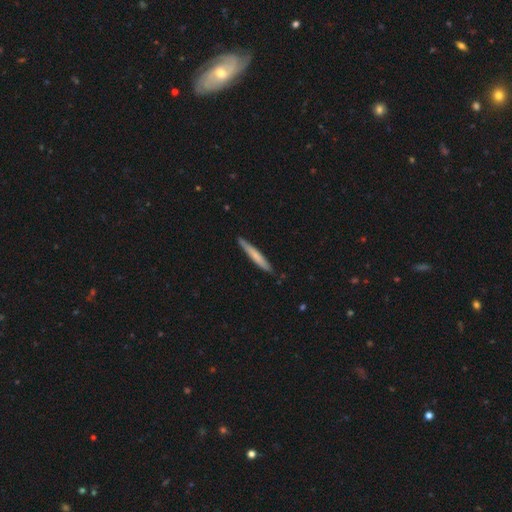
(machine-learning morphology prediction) This is likely a smooth galaxy (64%). How rounded: clearly cigar-shaped (96%). Merging: clearly none (88%).